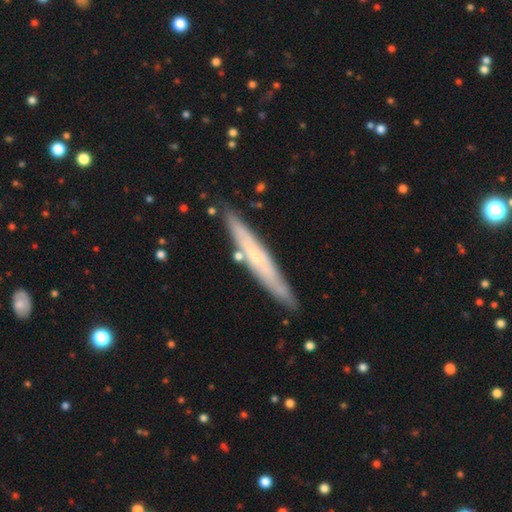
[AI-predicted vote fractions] The model was most divided on "smooth or featured": featured or disk: 53%, smooth: 41%, star or artifact: 7%. More confident: edge-on disk — yes (85%); merging — none (84%).